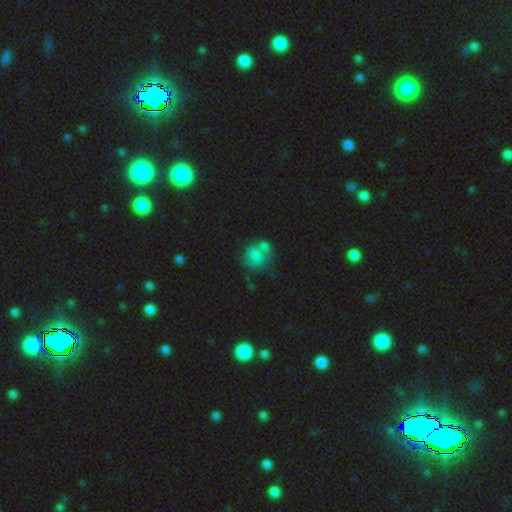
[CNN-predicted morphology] A smooth galaxy with no disk features (46%). Merging: none (34%).